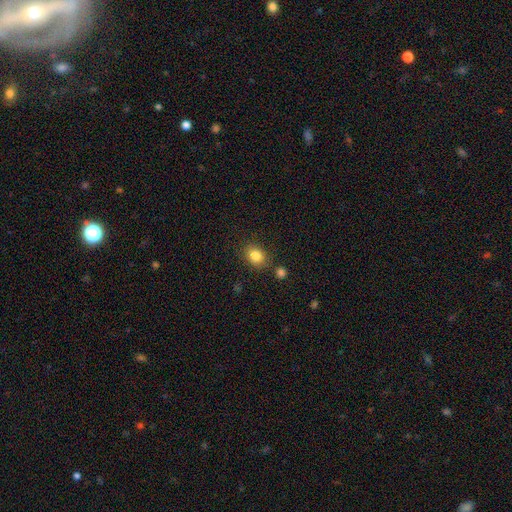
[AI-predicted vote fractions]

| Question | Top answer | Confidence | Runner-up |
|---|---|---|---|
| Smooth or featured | smooth | 83% | star or artifact (10%) |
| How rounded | in between | 55% | round (44%) |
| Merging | none | 79% | minor disturbance (12%) |